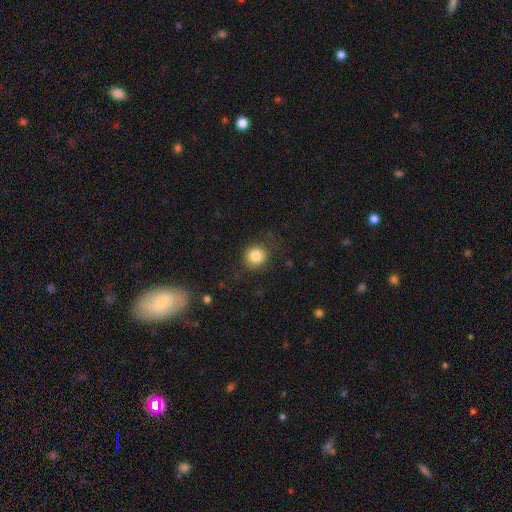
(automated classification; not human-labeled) This appears to be a smooth galaxy with no disk features (83%) that is round (89%). Merging: none (84%).